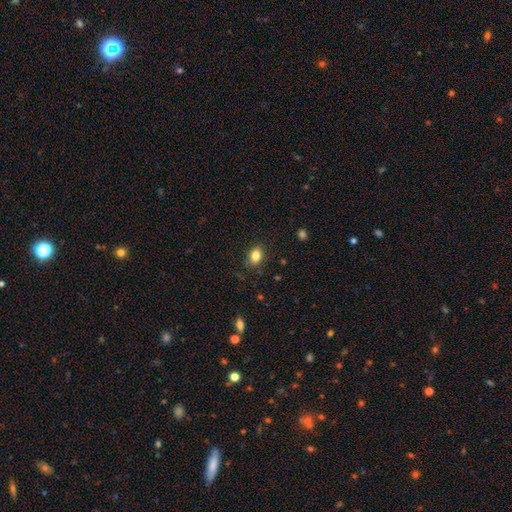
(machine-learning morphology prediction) Q: Smooth or featured?
A: smooth (83%); runner-up: star or artifact (10%)
Q: How rounded?
A: in between (69%); runner-up: round (30%)
Q: Merging?
A: none (85%); runner-up: minor disturbance (11%)